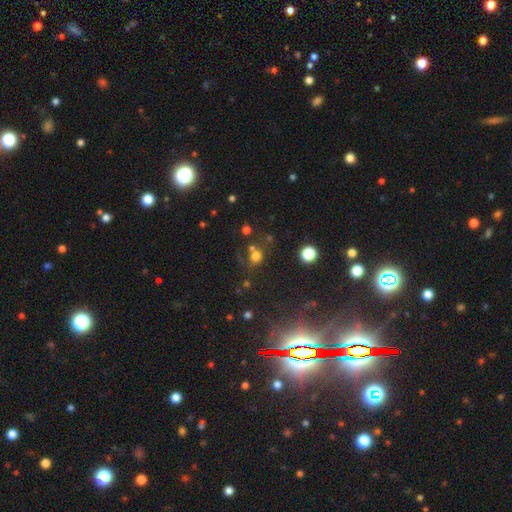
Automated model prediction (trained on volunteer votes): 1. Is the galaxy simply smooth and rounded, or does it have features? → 67% smooth, 24% star or artifact, 9% featured or disk.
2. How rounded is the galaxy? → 78% round, 21% in between, 1% cigar-shaped.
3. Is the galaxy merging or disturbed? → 57% none, 23% merger, 12% minor disturbance, 8% major disturbance.